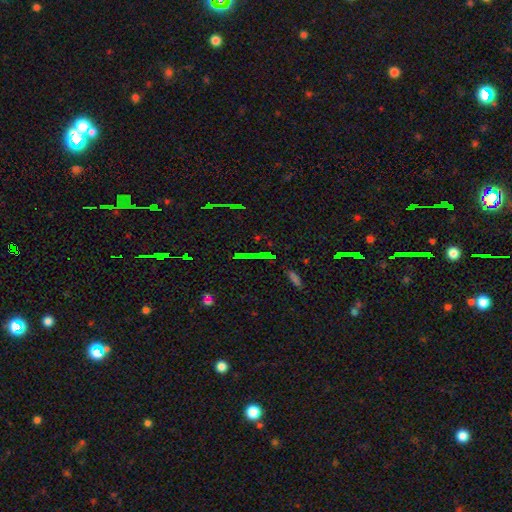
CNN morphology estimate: Q: Smooth or featured?
A: star or artifact (63%); runner-up: smooth (20%)